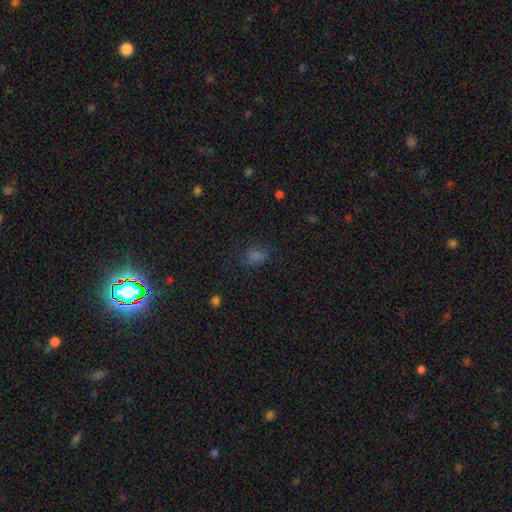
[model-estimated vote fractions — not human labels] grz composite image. It shows a smooth galaxy with no disk features (58%) that is in between round and cigar-shaped (66%). Merging: none (68%).